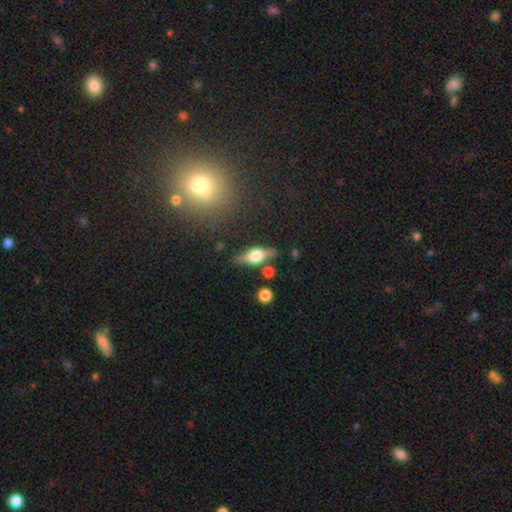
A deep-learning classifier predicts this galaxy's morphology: Smooth or featured? featured or disk (53%)
Edge-on disk? yes (88%)
Merging? none (78%)